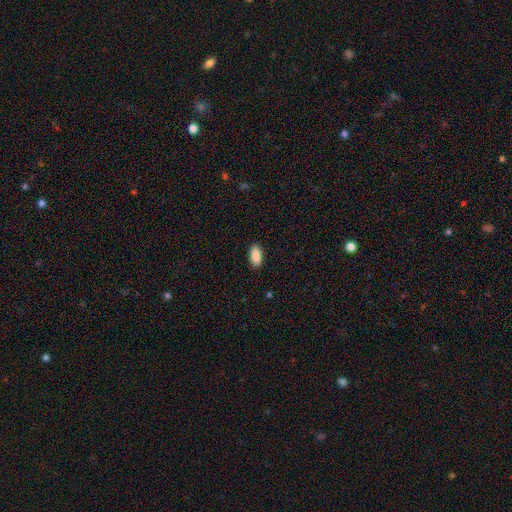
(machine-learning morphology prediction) smooth 84%, featured or disk 10%, star or artifact 7%. Down the decision tree: how rounded — in between (91%); merging — none (90%).